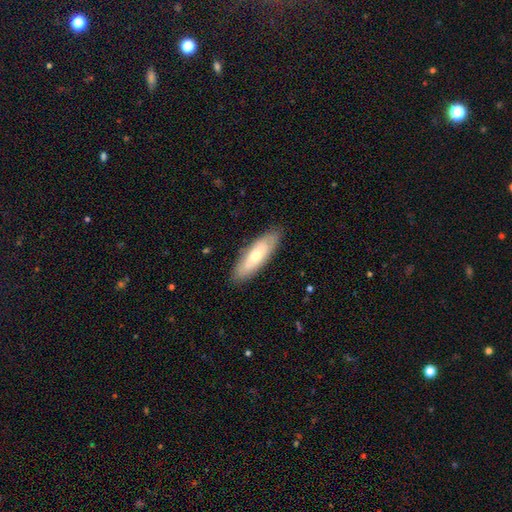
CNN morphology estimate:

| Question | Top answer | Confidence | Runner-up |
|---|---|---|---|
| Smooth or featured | smooth | 60% | featured or disk (34%) |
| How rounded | in between | 56% | cigar-shaped (42%) |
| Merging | none | 84% | minor disturbance (12%) |